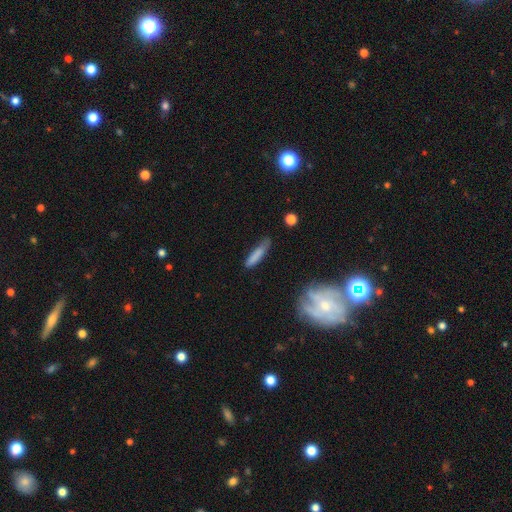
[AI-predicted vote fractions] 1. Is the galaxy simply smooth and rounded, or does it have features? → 77% smooth, 15% featured or disk, 8% star or artifact.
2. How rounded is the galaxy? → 80% cigar-shaped, 18% in between, 2% round.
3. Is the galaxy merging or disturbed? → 61% none, 28% minor disturbance, 8% major disturbance, 3% merger.